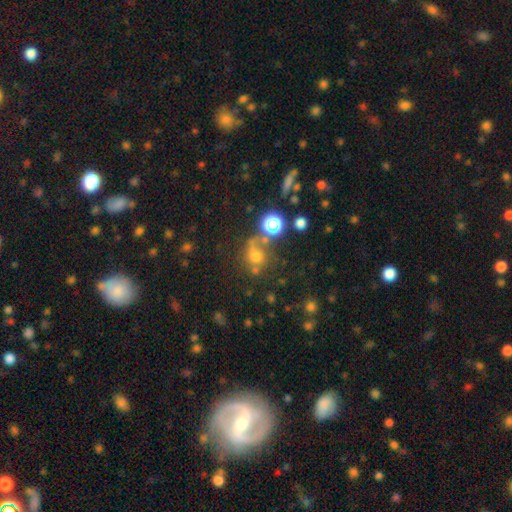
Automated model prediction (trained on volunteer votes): A smooth galaxy with no disk features (59%) that is round (80%). Merging: none (51%).